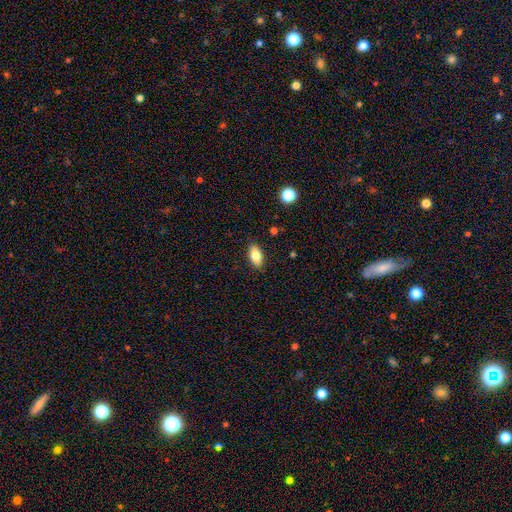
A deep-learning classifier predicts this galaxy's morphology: The model was most divided on "smooth or featured": smooth: 80%, featured or disk: 12%, star or artifact: 8%. More confident: how rounded — in between (90%); merging — none (88%).